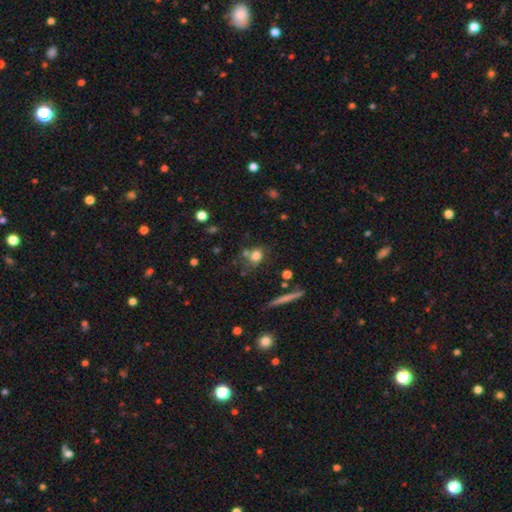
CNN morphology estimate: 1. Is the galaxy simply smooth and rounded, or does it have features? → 75% smooth, 13% featured or disk, 13% star or artifact.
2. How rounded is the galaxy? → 49% round, 46% in between, 5% cigar-shaped.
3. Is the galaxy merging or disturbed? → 56% none, 18% merger, 17% minor disturbance, 8% major disturbance.